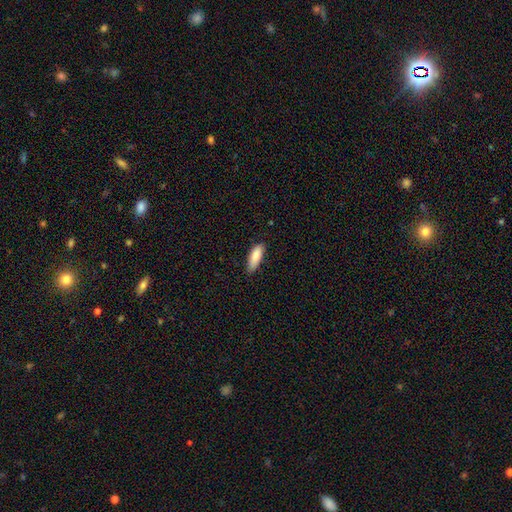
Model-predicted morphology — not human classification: type=smooth (86%); roundness=in between (60%); merging=none (79%).